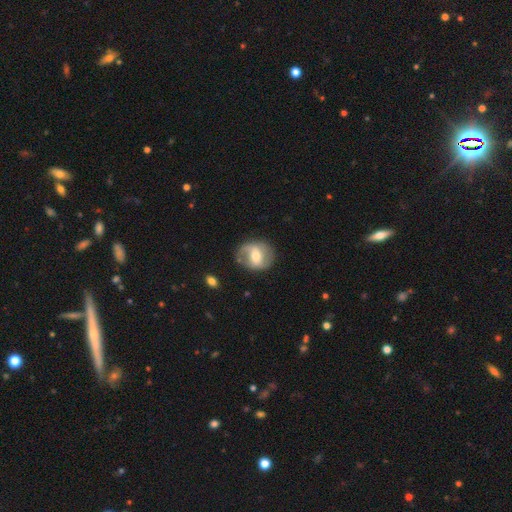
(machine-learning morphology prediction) Smooth or featured: featured or disk — 69% (smooth — 25%)
Edge-on disk: no — 96% (yes — 4%)
Bar: weak — 45% (strong — 30%)
Spiral arms: yes — 83% (no — 17%)
Spiral winding: loose — 42% (medium — 41%)
Spiral arm count: 2 — 82% (1 — 8%)
Bulge size: moderate — 62% (small — 29%)
Merging: none — 76% (minor disturbance — 16%)